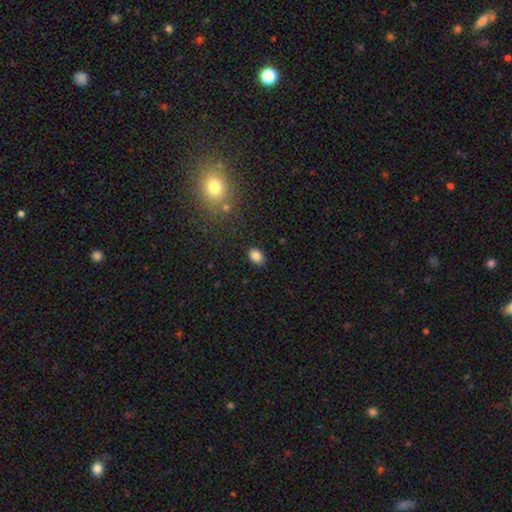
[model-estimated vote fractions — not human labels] This appears to be a smooth galaxy with no disk features (85%) that is in between round and cigar-shaped (77%). Merging: none (86%).